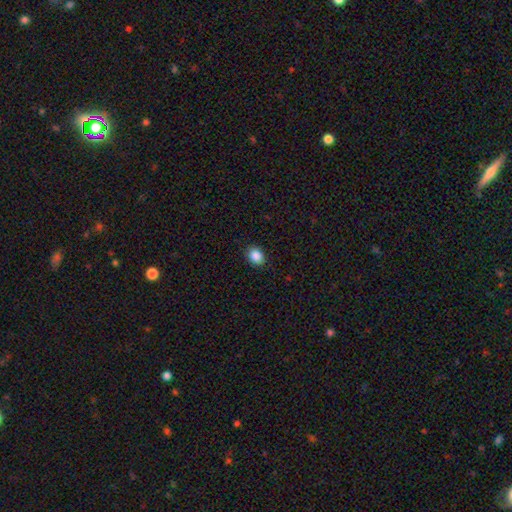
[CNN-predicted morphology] smooth_or_featured: smooth (p=0.87) [alt: star or artifact p=0.09]
how_rounded: in between (p=0.58) [alt: round p=0.41]
merging: none (p=0.89) [alt: minor disturbance p=0.08]